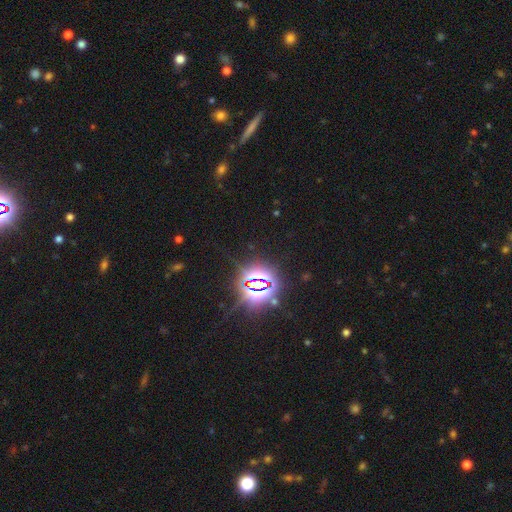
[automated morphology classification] smooth-or-featured: star or artifact: 81% | smooth: 12% | featured or disk: 8%